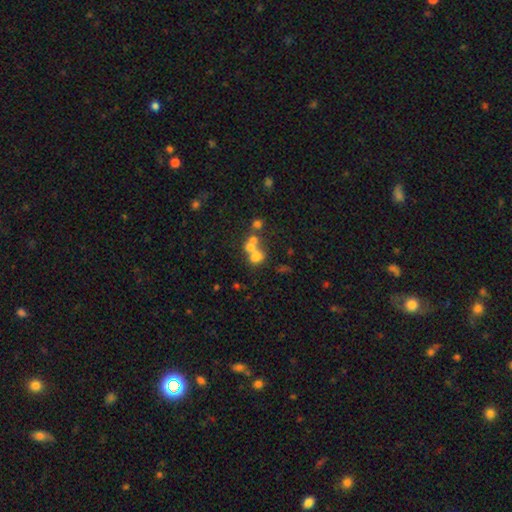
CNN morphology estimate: Overall: smooth (58%; featured or disk 24%). How rounded: round (61%; in between 37%). Merging: merger (56%; none 29%).